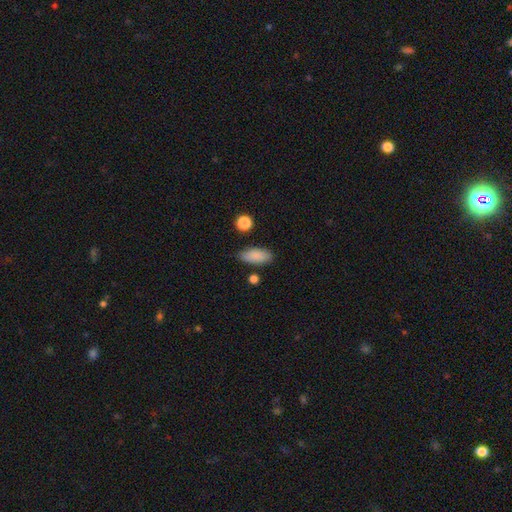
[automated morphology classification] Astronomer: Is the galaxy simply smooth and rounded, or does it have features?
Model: smooth — 87%.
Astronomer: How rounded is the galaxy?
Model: in between — 83%.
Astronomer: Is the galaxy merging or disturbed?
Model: none — 81%.